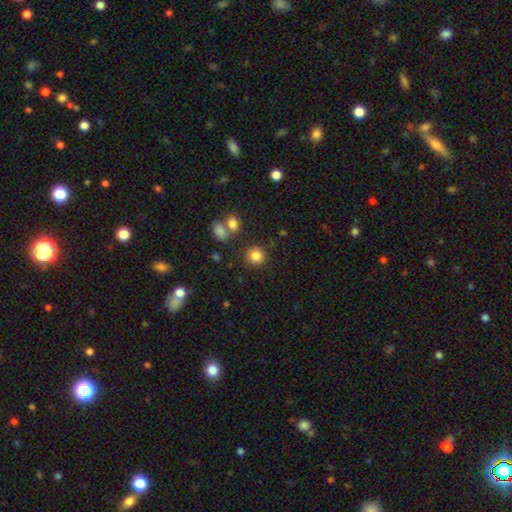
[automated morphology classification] A smooth galaxy with no disk features (84%) that is round (88%). Merging: none (82%).